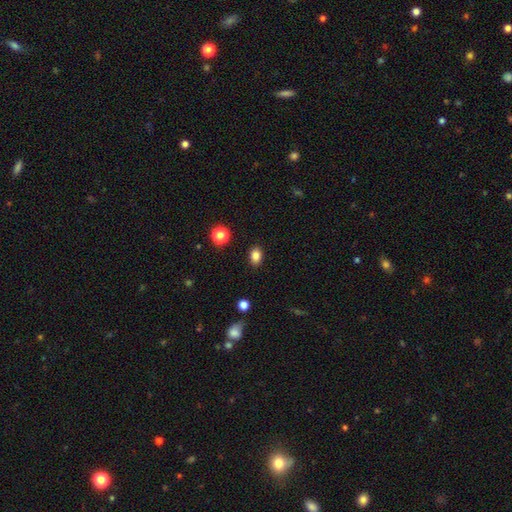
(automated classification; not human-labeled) Smooth or featured? Predicted: smooth (p=0.84). How rounded? Predicted: in between (p=0.73). Merging? Predicted: none (p=0.88).